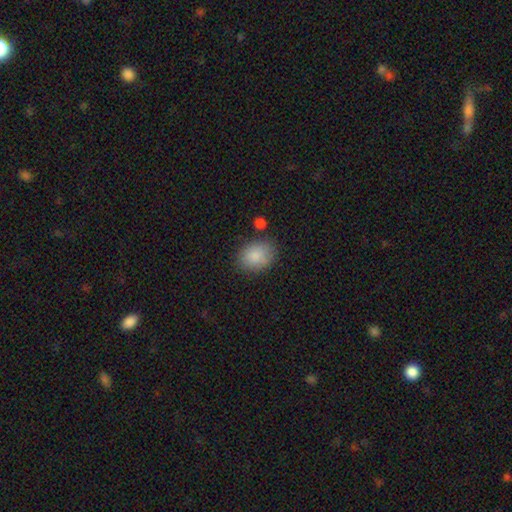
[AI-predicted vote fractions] A smooth galaxy with no disk features (87%) that is in between round and cigar-shaped (66%).

Vote fractions:
- Smooth or featured? smooth: 87% / star or artifact: 7% / featured or disk: 6%
- How rounded? in between: 66% / round: 33% / cigar-shaped: 1%
- Merging? none: 77% / minor disturbance: 15% / merger: 4% / major disturbance: 4%